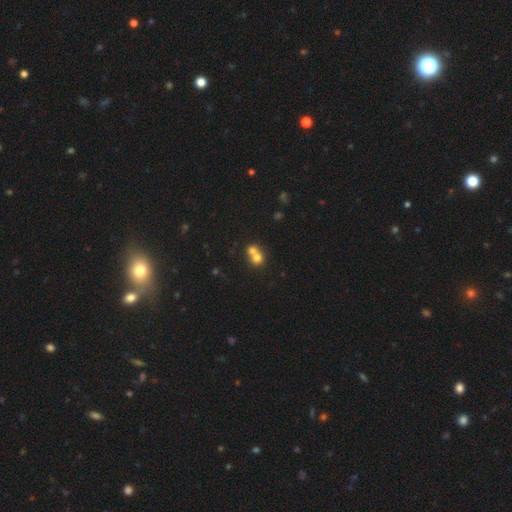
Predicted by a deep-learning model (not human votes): Q: Smooth or featured?
A: smooth (71%); runner-up: featured or disk (17%)
Q: How rounded?
A: round (79%); runner-up: in between (20%)
Q: Merging?
A: merger (66%); runner-up: none (27%)